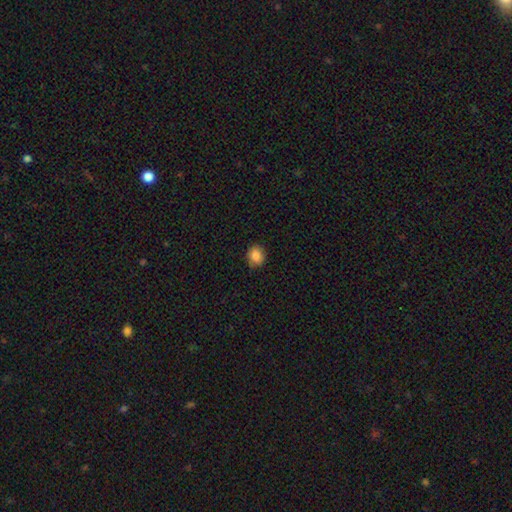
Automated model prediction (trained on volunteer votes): A smooth galaxy with no disk features (85%) that is round (68%). Merging: none (82%).